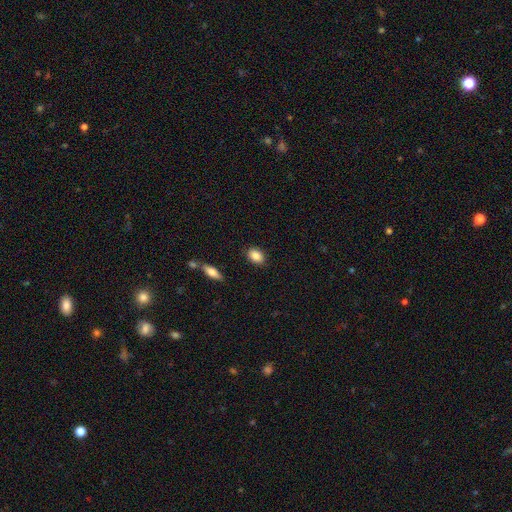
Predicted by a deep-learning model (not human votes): Q: Smooth or featured?
A: smooth (87%); runner-up: star or artifact (8%)
Q: How rounded?
A: in between (76%); runner-up: round (22%)
Q: Merging?
A: none (88%); runner-up: minor disturbance (9%)